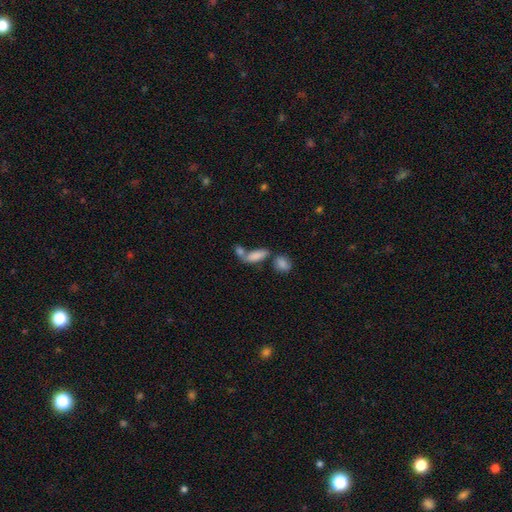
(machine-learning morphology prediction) Smooth or featured?
  - smooth: 81% *
  - featured or disk: 10%
  - star or artifact: 9%
How rounded?
  - in between: 72% *
  - cigar-shaped: 24%
  - round: 4%
Merging?
  - merger: 45% *
  - none: 37%
  - minor disturbance: 11%
  - major disturbance: 6%